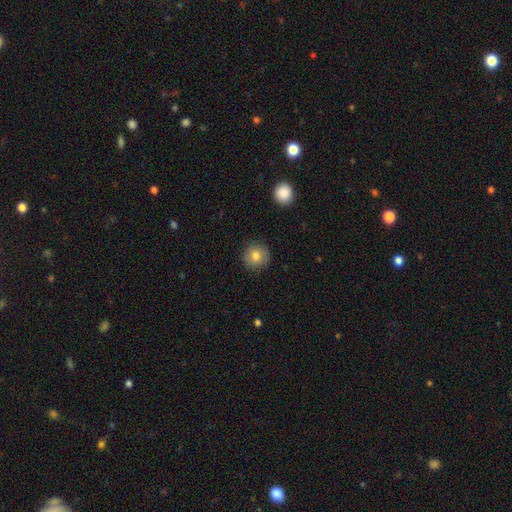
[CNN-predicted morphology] A smooth galaxy with no disk features (79%) that is round (92%). Merging: none (88%).